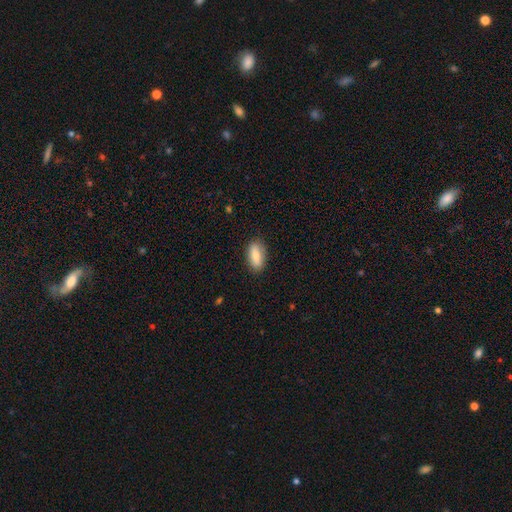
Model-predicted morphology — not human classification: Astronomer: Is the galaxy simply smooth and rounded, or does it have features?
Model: smooth — 77%.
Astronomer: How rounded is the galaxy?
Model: in between — 85%.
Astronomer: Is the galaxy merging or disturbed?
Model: none — 86%.